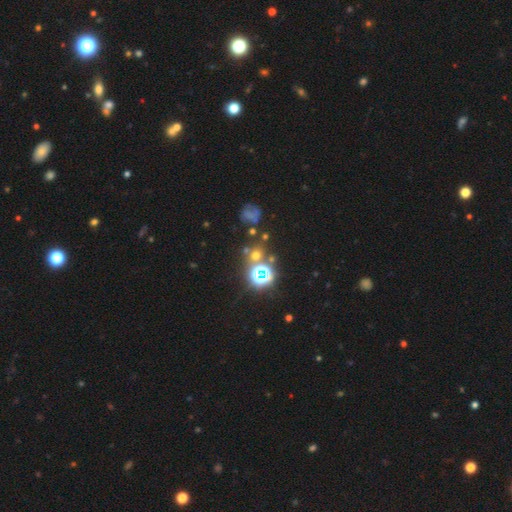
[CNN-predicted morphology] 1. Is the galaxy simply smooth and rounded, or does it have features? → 49% star or artifact, 40% smooth, 10% featured or disk.